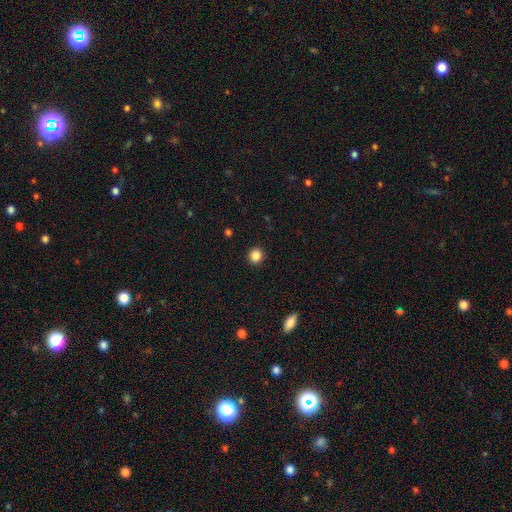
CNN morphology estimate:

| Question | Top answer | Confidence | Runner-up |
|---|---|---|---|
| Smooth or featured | smooth | 87% | star or artifact (10%) |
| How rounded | round | 93% | in between (6%) |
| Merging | none | 93% | minor disturbance (5%) |